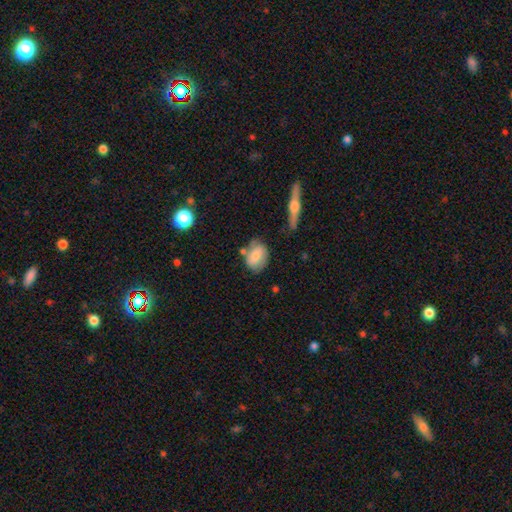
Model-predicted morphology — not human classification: smooth-or-featured: smooth: 70% | featured or disk: 23% | star or artifact: 8%
  how-rounded: in between: 71% | round: 27% | cigar-shaped: 2%
  merging: none: 62% | minor disturbance: 23% | merger: 9% | major disturbance: 6%